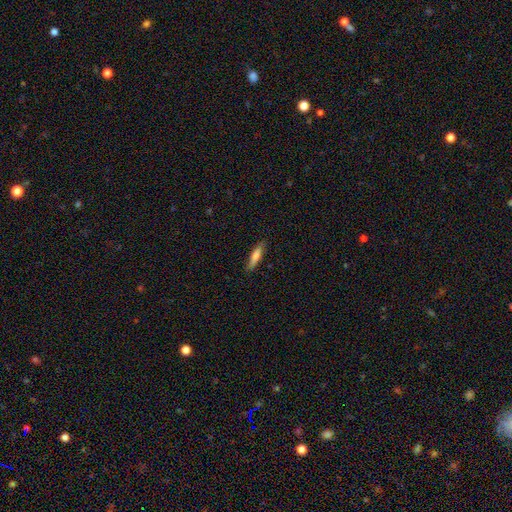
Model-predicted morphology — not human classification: The model was most divided on "how rounded": cigar-shaped: 77%, in between: 21%, round: 2%. More confident: merging — none (83%); smooth or featured — smooth (76%).